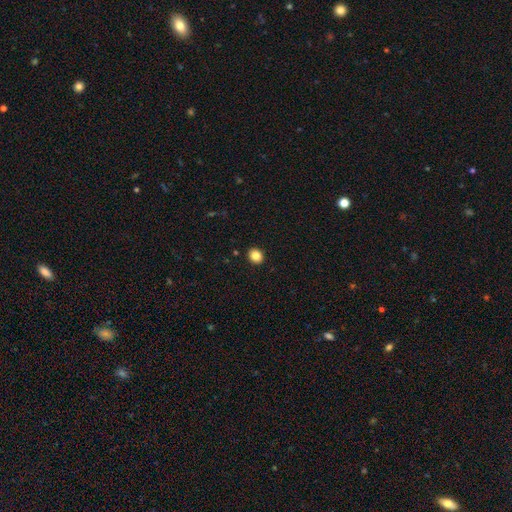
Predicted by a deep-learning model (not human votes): The model was most divided on "how rounded": round: 73%, in between: 26%, cigar-shaped: 1%. More confident: merging — none (92%); smooth or featured — smooth (84%).